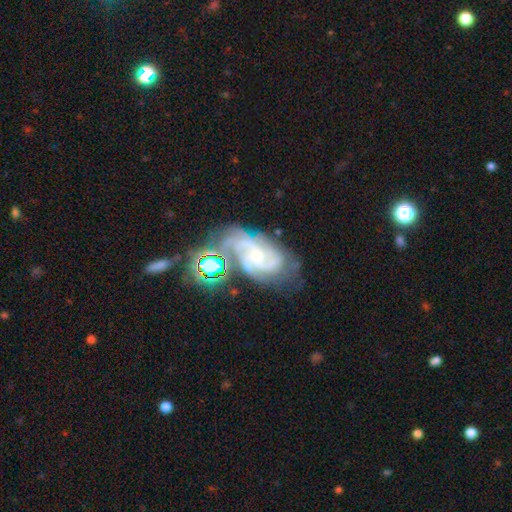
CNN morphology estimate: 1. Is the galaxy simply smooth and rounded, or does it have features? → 85% featured or disk, 9% star or artifact, 6% smooth.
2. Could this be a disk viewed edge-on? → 97% no, 3% yes.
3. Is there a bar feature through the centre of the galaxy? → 58% no, 33% weak, 8% strong.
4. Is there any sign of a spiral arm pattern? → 97% yes, 3% no.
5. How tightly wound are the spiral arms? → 49% tight, 42% medium, 9% loose.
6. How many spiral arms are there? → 34% 3, 25% 2, 17% can't tell, 13% 4, 5% more than 4, 5% 1.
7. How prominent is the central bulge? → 70% small, 20% moderate, 7% none, 1% large, 1% dominant.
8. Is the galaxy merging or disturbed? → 52% none, 22% minor disturbance, 14% major disturbance, 12% merger.